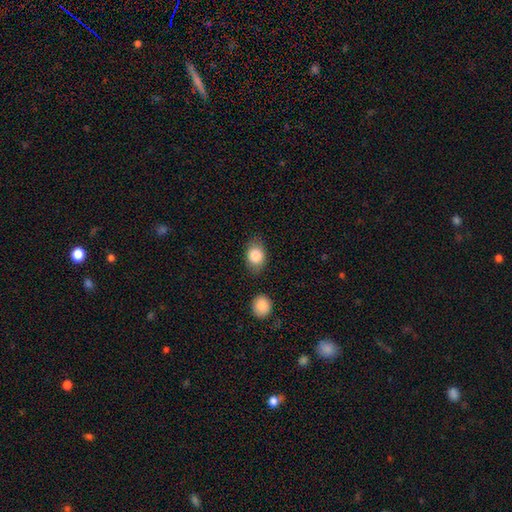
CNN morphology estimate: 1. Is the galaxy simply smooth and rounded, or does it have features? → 85% smooth, 8% featured or disk, 8% star or artifact.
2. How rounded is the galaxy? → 63% in between, 36% round, 1% cigar-shaped.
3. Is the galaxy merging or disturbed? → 75% none, 16% minor disturbance, 4% merger, 4% major disturbance.